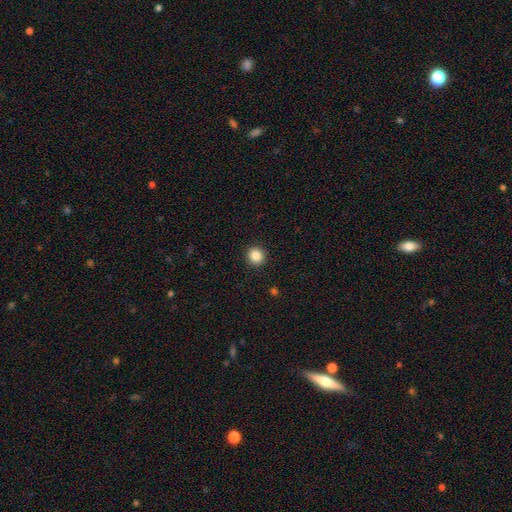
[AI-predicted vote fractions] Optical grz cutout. It shows a smooth galaxy with no disk features (87%) that is round (89%). Merging: none (92%).